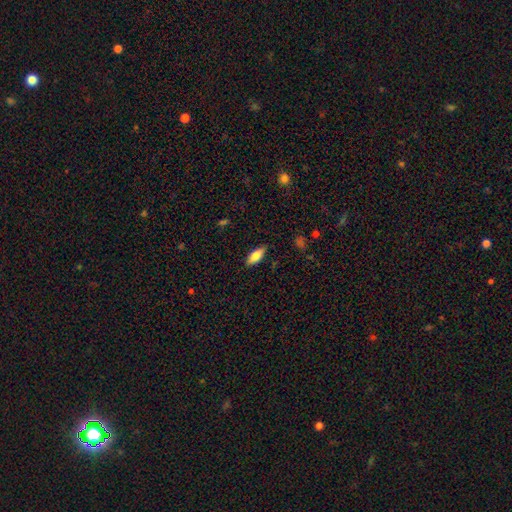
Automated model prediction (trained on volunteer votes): Overall: smooth (73%). How rounded: in between (75%). Merging: none (85%).